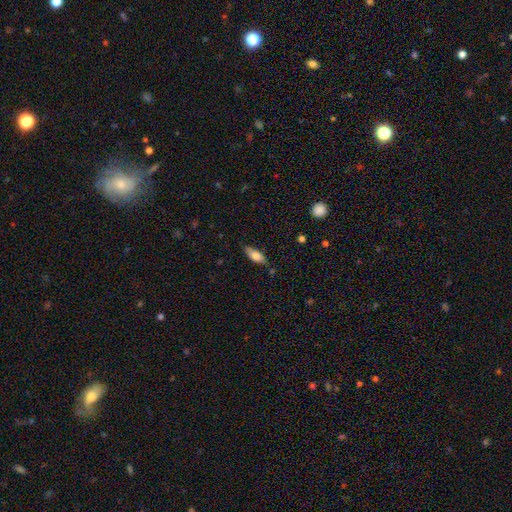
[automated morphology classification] smooth 76%, featured or disk 18%, star or artifact 7%. Down the decision tree: how rounded — in between (74%); merging — none (76%).